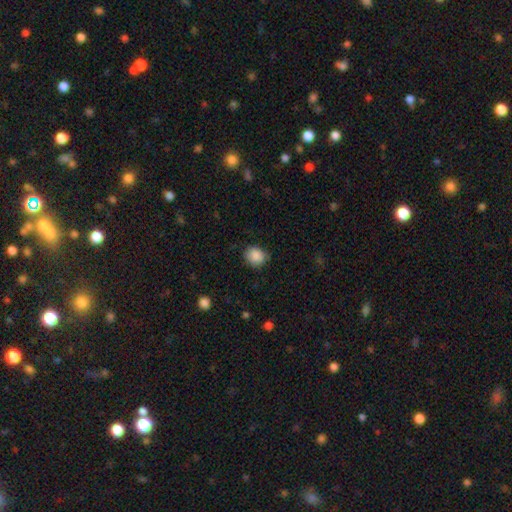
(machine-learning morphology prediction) A smooth galaxy with no disk features (88%) that is round (70%). Merging: none (78%).